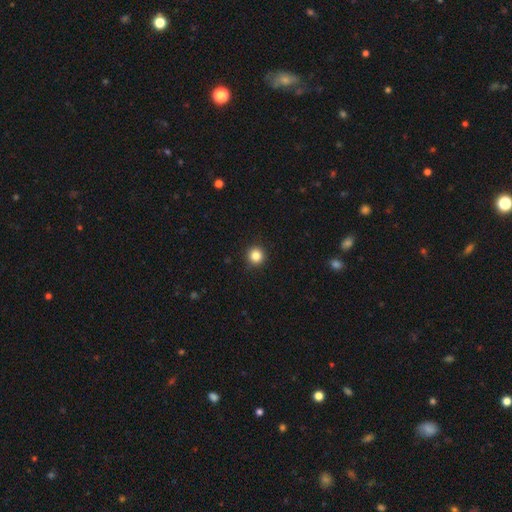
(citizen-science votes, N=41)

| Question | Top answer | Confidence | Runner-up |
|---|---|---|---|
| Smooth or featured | smooth | 88% | star or artifact (10%) |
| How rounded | round | 100% | — |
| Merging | none | 92% | minor disturbance (5%) |